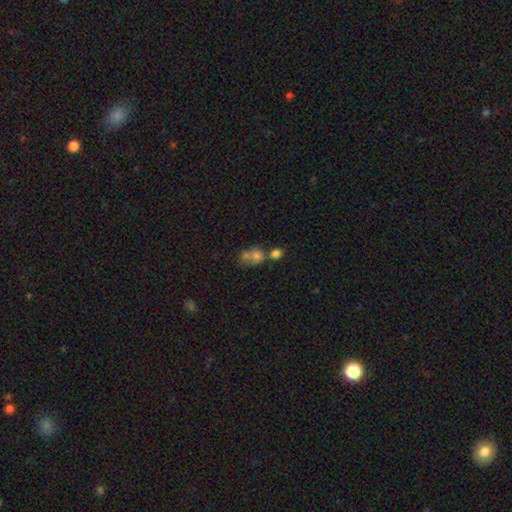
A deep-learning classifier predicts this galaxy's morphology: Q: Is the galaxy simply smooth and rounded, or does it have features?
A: smooth — 66%.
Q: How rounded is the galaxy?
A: round — 55%.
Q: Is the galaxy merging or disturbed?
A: merger — 56%.